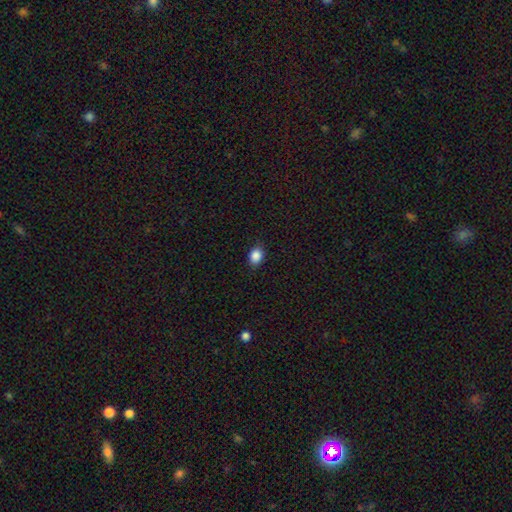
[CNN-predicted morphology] smooth-or-featured: smooth: 87% | star or artifact: 9% | featured or disk: 3%
  how-rounded: in between: 60% | round: 38% | cigar-shaped: 1%
  merging: none: 86% | minor disturbance: 11% | major disturbance: 2% | merger: 1%